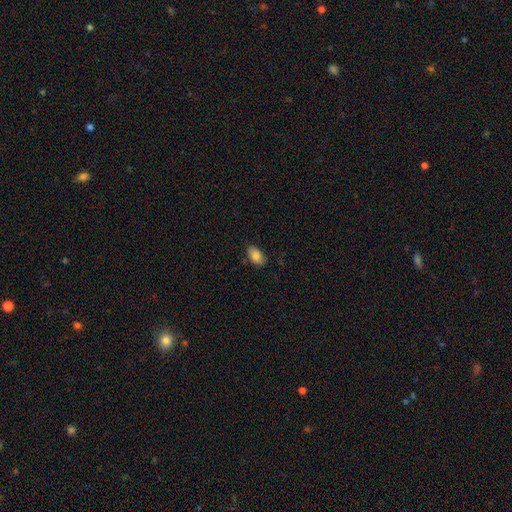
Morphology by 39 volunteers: A smooth galaxy with no disk features (82%) that is in between round and cigar-shaped (100%). Merging: none (78%).